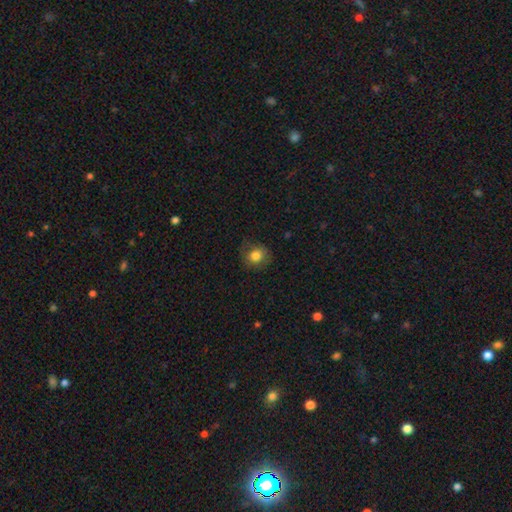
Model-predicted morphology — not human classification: Smooth or featured: smooth — 80% (featured or disk — 10%)
How rounded: round — 79% (in between — 20%)
Merging: none — 78% (minor disturbance — 16%)